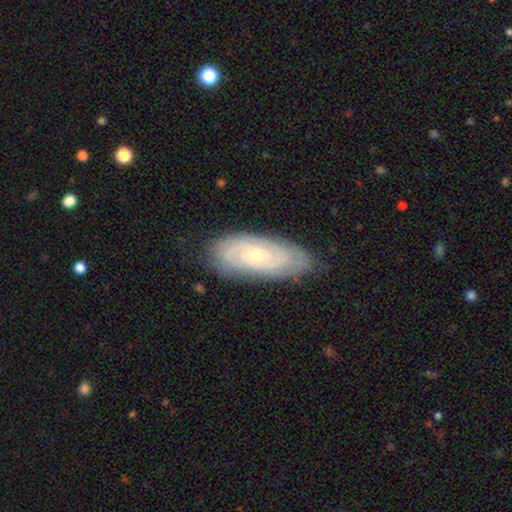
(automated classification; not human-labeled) This appears to be a featured or disk galaxy (79%) with no bar (74%), tight (75%) spiral arms (93%) and a small central bulge (65%). Merging: none (79%).